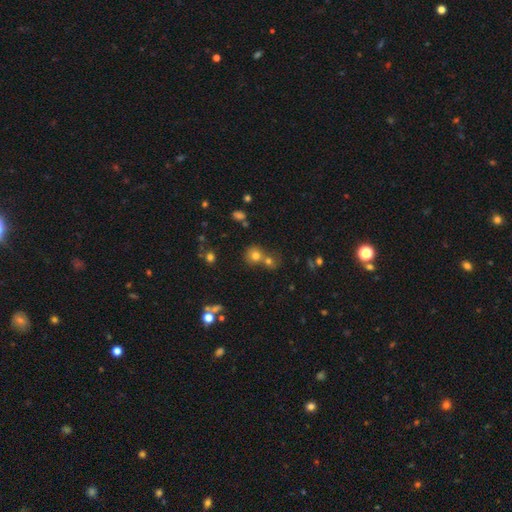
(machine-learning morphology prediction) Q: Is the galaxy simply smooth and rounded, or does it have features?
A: smooth — 70%.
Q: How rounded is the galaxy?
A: round — 84%.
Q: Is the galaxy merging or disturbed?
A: none — 45%.